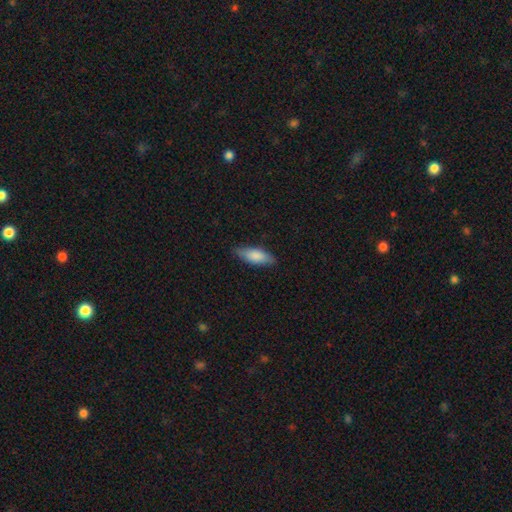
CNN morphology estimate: Smooth or featured?
  - smooth: 81% *
  - featured or disk: 13%
  - star or artifact: 6%
How rounded?
  - in between: 71% *
  - cigar-shaped: 27%
  - round: 2%
Merging?
  - none: 82% *
  - minor disturbance: 15%
  - major disturbance: 3%
  - merger: 1%